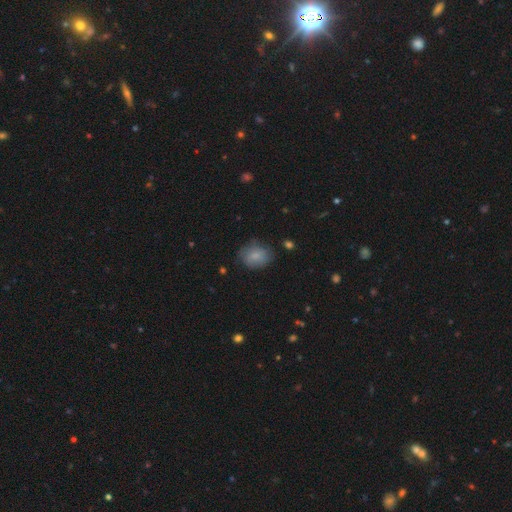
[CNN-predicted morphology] Smooth or featured? Predicted: smooth (p=0.79). How rounded? Predicted: in between (p=0.52). Merging? Predicted: none (p=0.68).